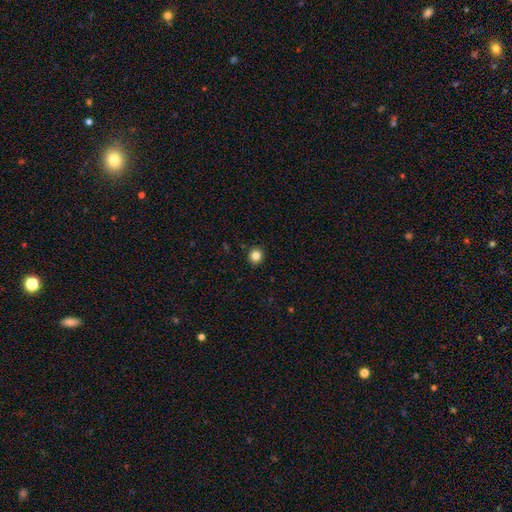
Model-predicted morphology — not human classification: A smooth galaxy with no disk features (83%) that is round (90%). Merging: none (92%).